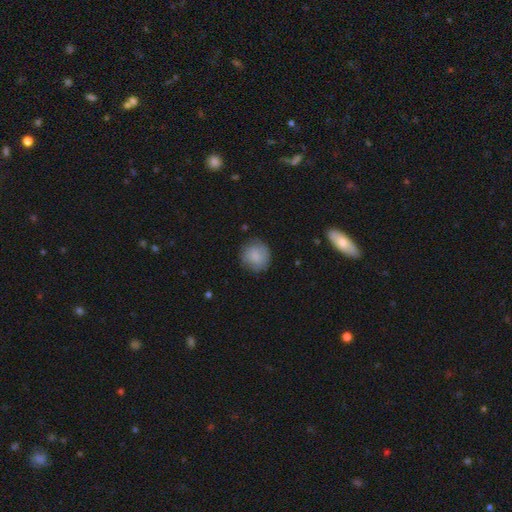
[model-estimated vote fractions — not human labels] Morphology: type=smooth (83%); roundness=round (89%); merging=none (78%).